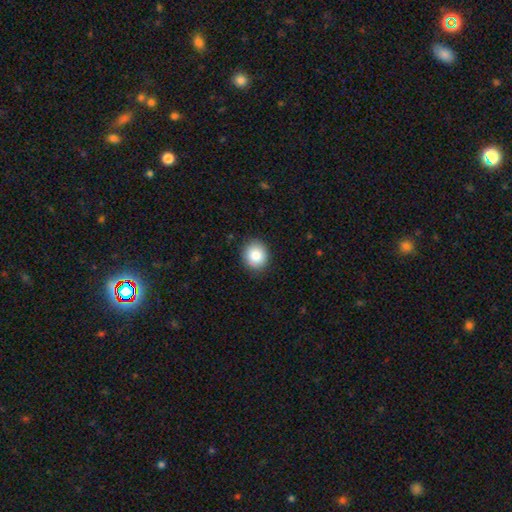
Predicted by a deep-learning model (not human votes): Smooth or featured: smooth — 84% (star or artifact — 9%)
How rounded: round — 81% (in between — 18%)
Merging: none — 89% (minor disturbance — 8%)